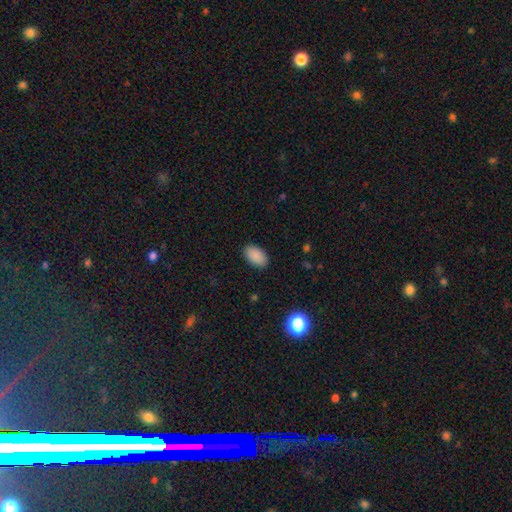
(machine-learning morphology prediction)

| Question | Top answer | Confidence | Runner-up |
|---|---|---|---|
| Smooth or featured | smooth | 89% | star or artifact (8%) |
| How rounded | in between | 94% | round (5%) |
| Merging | none | 89% | minor disturbance (8%) |